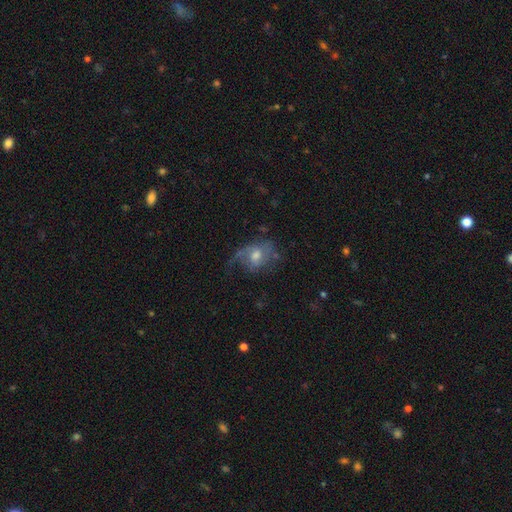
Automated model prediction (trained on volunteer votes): Smooth or featured? Predicted: featured or disk (p=0.60). Edge-on disk? Predicted: no (p=0.96). Bar? Predicted: no (p=0.64). Spiral arms? Predicted: yes (p=0.79). Bulge size? Predicted: moderate (p=0.61). Merging? Predicted: none (p=0.46).